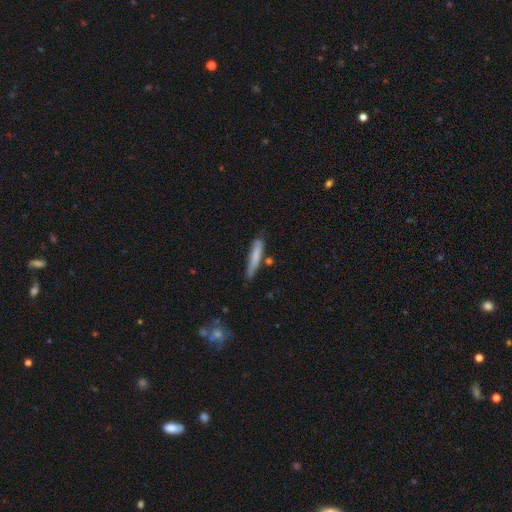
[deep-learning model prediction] Q: Smooth or featured?
A: smooth (76%); runner-up: featured or disk (18%)
Q: How rounded?
A: cigar-shaped (89%); runner-up: in between (9%)
Q: Merging?
A: none (66%); runner-up: minor disturbance (24%)